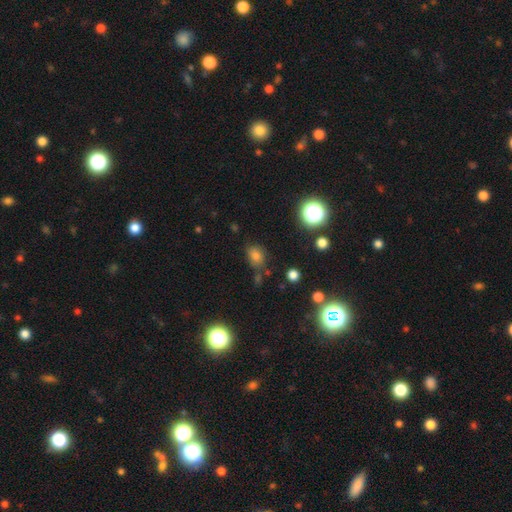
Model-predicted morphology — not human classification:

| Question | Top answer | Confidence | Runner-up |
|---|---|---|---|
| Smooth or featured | smooth | 72% | star or artifact (21%) |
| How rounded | in between | 60% | round (39%) |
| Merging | none | 67% | minor disturbance (18%) |